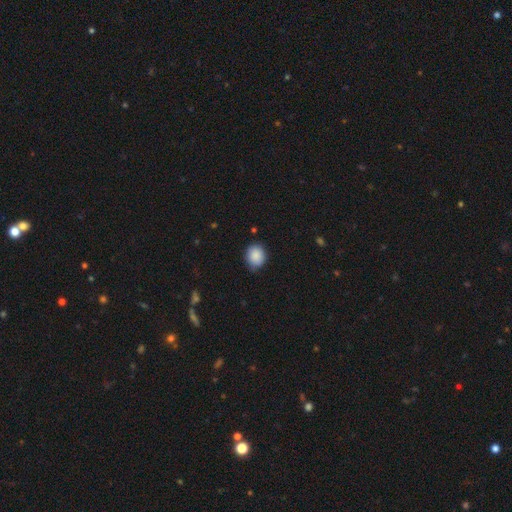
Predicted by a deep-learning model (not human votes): smooth-or-featured: smooth: 88% | star or artifact: 8% | featured or disk: 4%
  how-rounded: round: 70% | in between: 29% | cigar-shaped: 1%
  merging: none: 77% | minor disturbance: 19% | major disturbance: 3% | merger: 1%